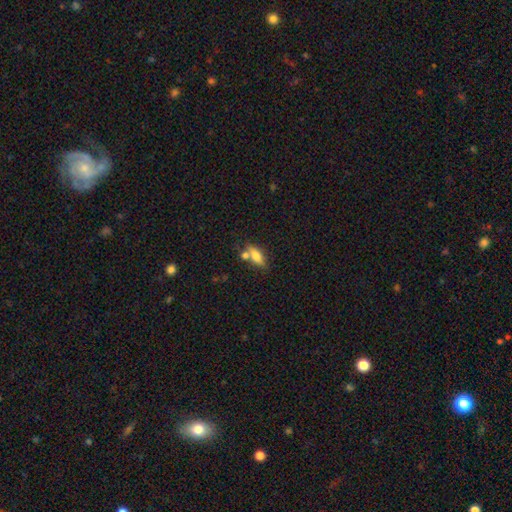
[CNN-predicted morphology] smooth-or-featured: smooth: 72% | featured or disk: 20% | star or artifact: 8%
  how-rounded: in between: 75% | cigar-shaped: 20% | round: 5%
  merging: none: 53% | merger: 28% | minor disturbance: 15% | major disturbance: 5%